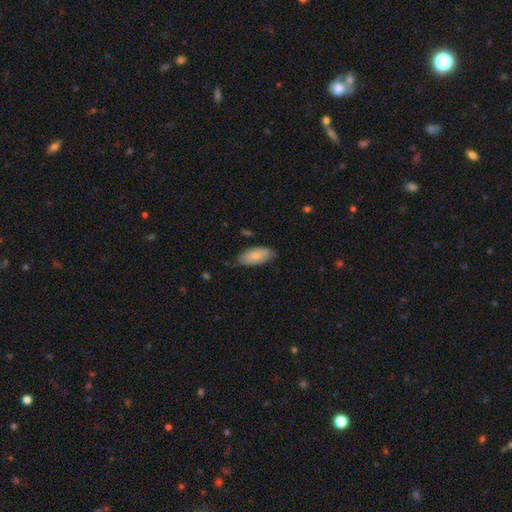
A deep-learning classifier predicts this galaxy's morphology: Overall: smooth (78%). How rounded: in between (90%). Merging: none (71%).